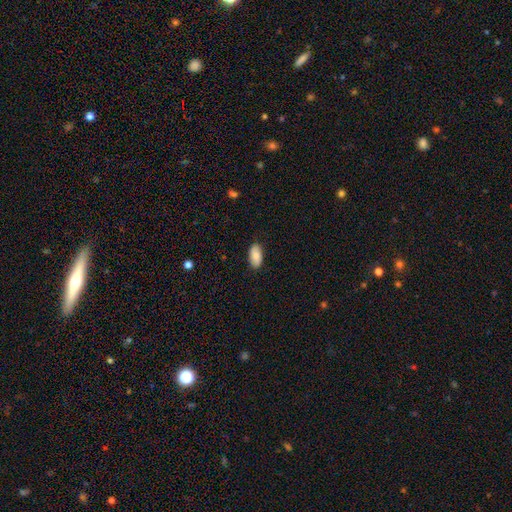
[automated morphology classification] A smooth galaxy with no disk features (82%) that is in between round and cigar-shaped (94%). Merging: none (86%).